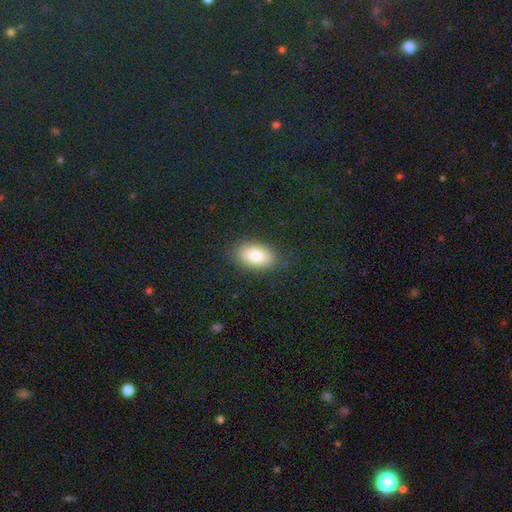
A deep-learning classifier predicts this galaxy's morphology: This is clearly a smooth galaxy (80%). How rounded: clearly in between (91%). Merging: clearly none (86%).